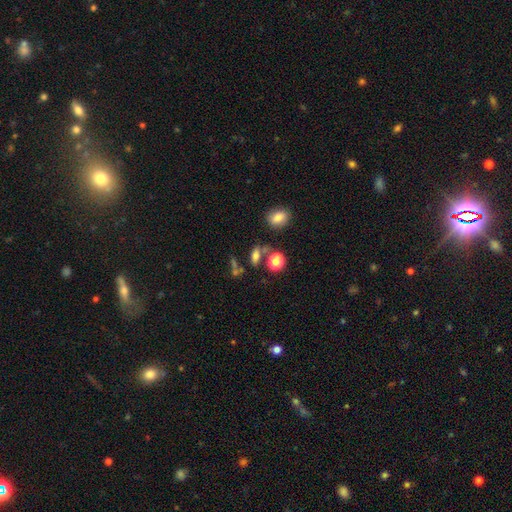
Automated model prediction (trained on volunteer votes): The model was most divided on "merging": none: 58%, merger: 22%, minor disturbance: 13%, major disturbance: 7%. More confident: smooth or featured — smooth (66%); how rounded — in between (63%).